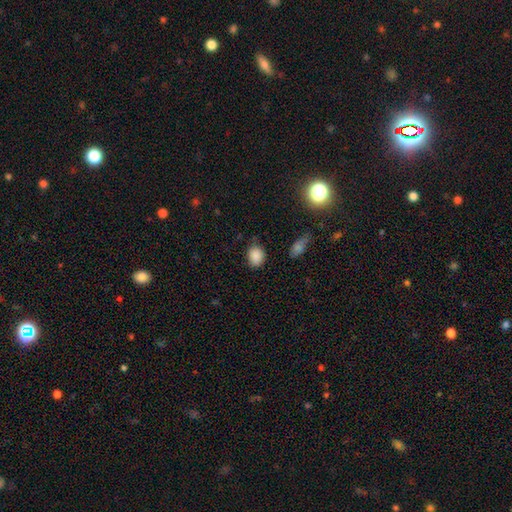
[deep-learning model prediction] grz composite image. It shows a smooth galaxy with no disk features (87%) that is in between round and cigar-shaped (57%). Merging: none (78%).